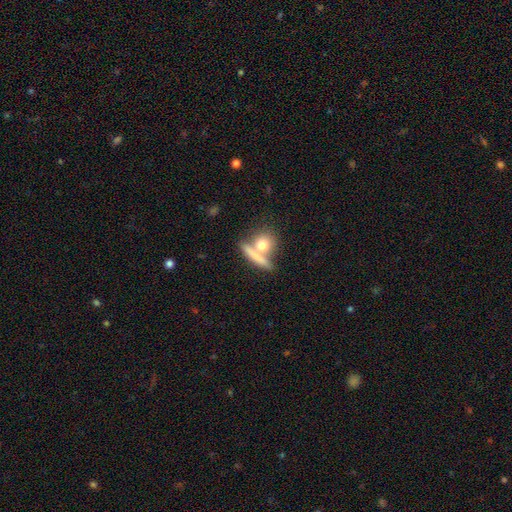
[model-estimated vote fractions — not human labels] smooth-or-featured: smooth: 72% | featured or disk: 20% | star or artifact: 7%
  how-rounded: round: 45% | cigar-shaped: 32% | in between: 23%
  merging: none: 51% | merger: 34% | minor disturbance: 10% | major disturbance: 5%